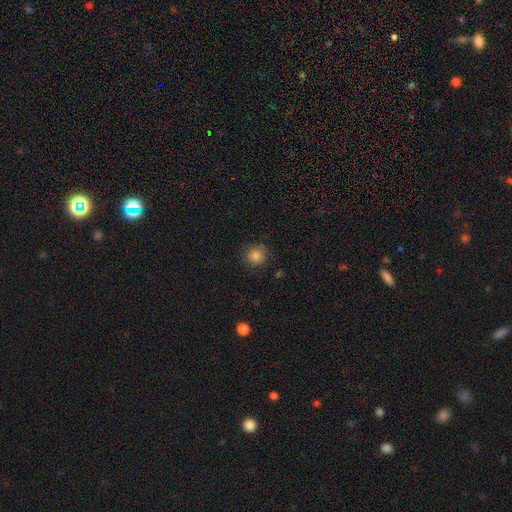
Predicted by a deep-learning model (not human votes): smooth_or_featured: smooth (p=0.85) [alt: star or artifact p=0.11]
how_rounded: round (p=0.92) [alt: in between p=0.07]
merging: none (p=0.86) [alt: minor disturbance p=0.10]